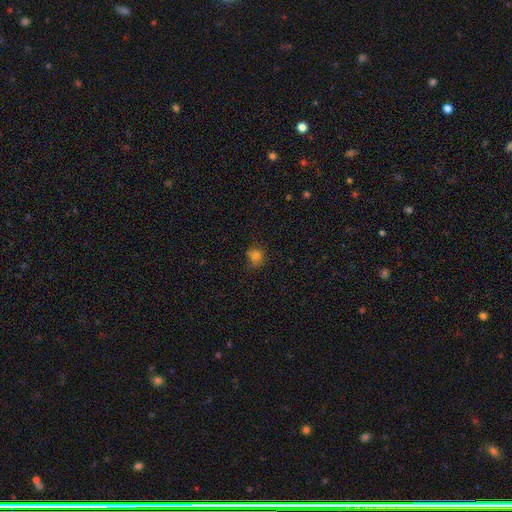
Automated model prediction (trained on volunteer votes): smooth-or-featured: smooth: 78% | star or artifact: 15% | featured or disk: 7%
  how-rounded: round: 77% | in between: 22% | cigar-shaped: 1%
  merging: none: 68% | minor disturbance: 22% | major disturbance: 7% | merger: 3%